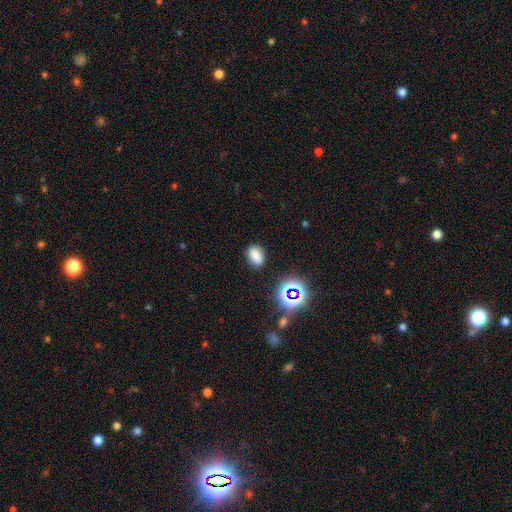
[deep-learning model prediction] Q: Smooth or featured?
A: smooth (76%); runner-up: star or artifact (17%)
Q: How rounded?
A: in between (80%); runner-up: round (18%)
Q: Merging?
A: none (83%); runner-up: minor disturbance (12%)